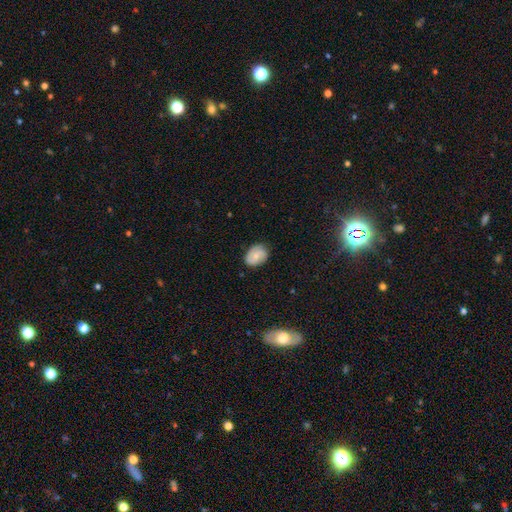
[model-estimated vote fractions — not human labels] Smooth or featured?
  - smooth: 53% *
  - featured or disk: 39%
  - star or artifact: 8%
How rounded?
  - in between: 72% *
  - round: 27%
  - cigar-shaped: 1%
Merging?
  - none: 71% *
  - minor disturbance: 23%
  - major disturbance: 4%
  - merger: 1%